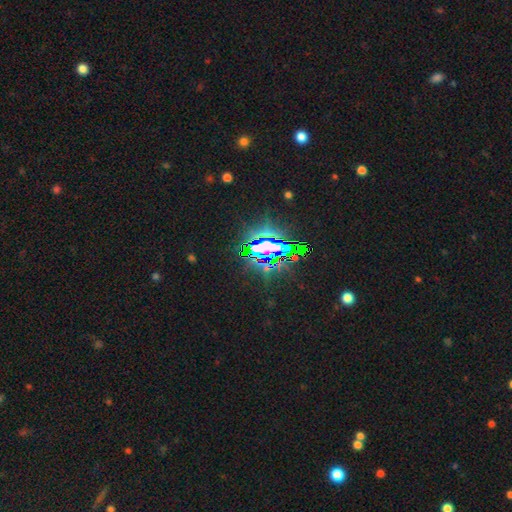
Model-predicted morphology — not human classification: A star or artifact, not a galaxy (80%).